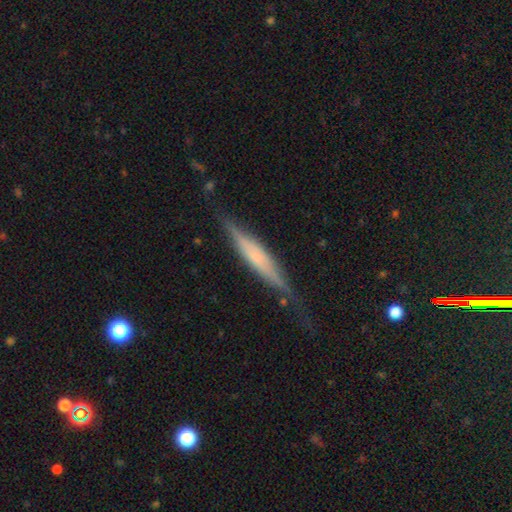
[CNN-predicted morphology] Smooth or featured? Predicted: featured or disk (p=0.57). Edge-on disk? Predicted: yes (p=0.94). Edge-on bulge? Predicted: none (p=0.37). Merging? Predicted: none (p=0.71).